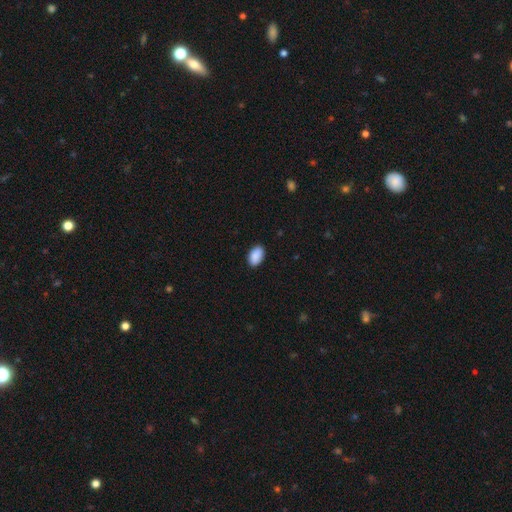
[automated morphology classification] Smooth or featured: smooth — 91% (star or artifact — 7%)
How rounded: in between — 92% (round — 6%)
Merging: none — 89% (minor disturbance — 9%)